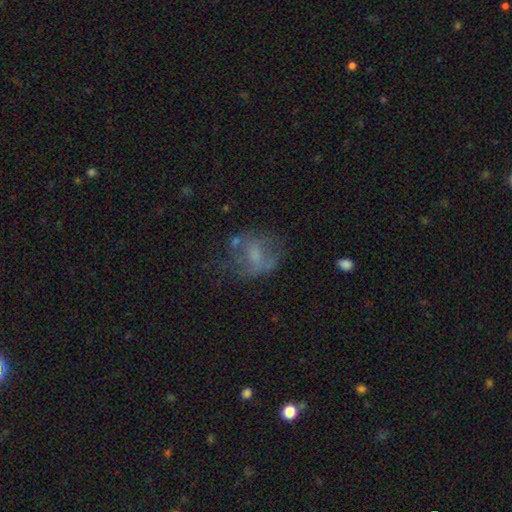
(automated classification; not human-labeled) Morphology: type=featured or disk (48%); merging=none (41%).